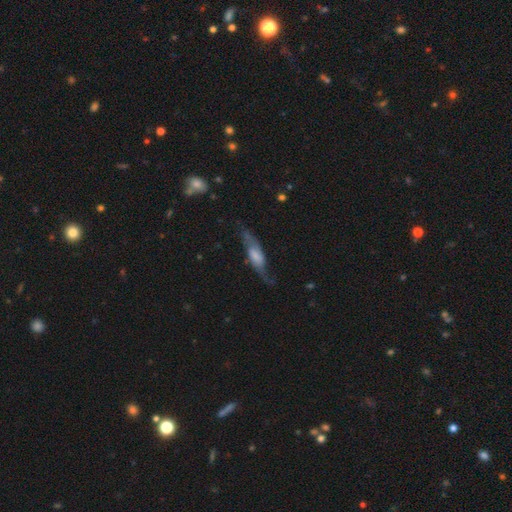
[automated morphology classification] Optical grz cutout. It shows a featured or disk galaxy (66%). Merging: none (62%).